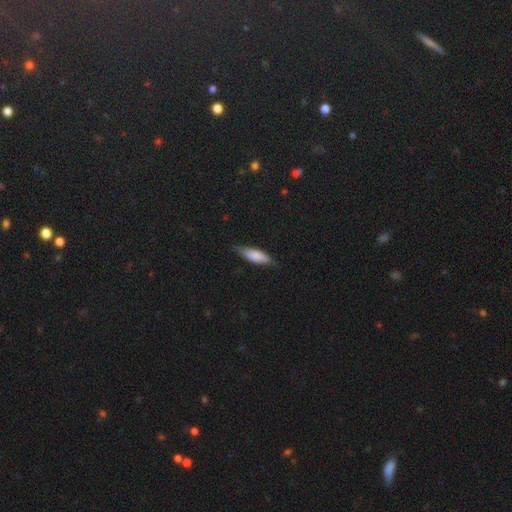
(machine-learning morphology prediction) Smooth or featured? smooth (75%)
How rounded? in between (52%)
Merging? none (74%)